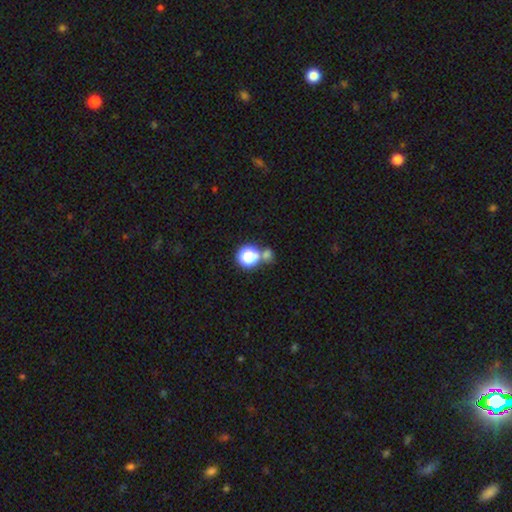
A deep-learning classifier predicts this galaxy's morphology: Overall: smooth (64%; star or artifact 29%). How rounded: round (79%). Merging: none (55%; merger 31%).